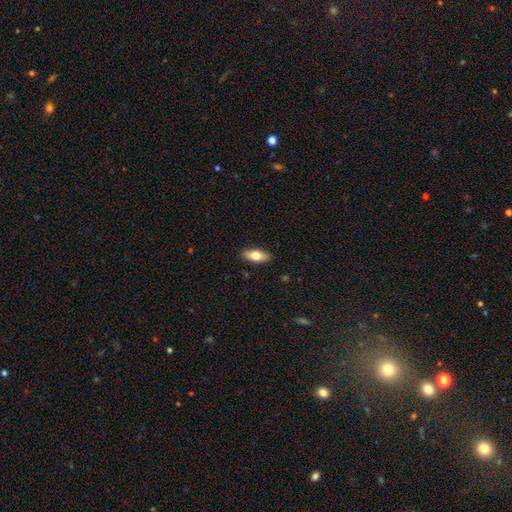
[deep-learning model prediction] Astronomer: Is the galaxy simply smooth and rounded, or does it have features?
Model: smooth — 71%.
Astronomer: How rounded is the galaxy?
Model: in between — 79%.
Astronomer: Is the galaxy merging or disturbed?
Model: none — 90%.